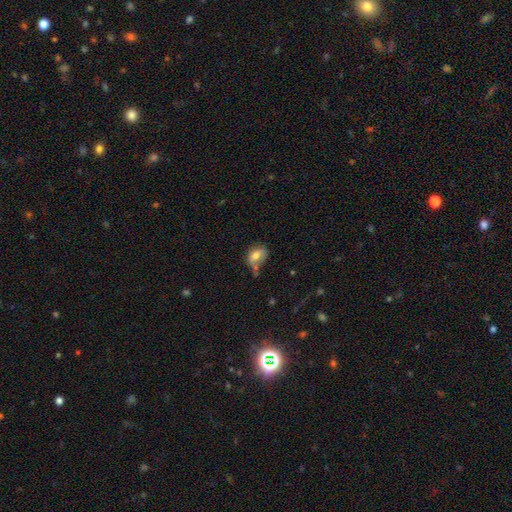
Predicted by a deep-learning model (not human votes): Q: Smooth or featured?
A: smooth (70%); runner-up: featured or disk (21%)
Q: How rounded?
A: in between (74%); runner-up: round (24%)
Q: Merging?
A: none (38%); runner-up: minor disturbance (31%)